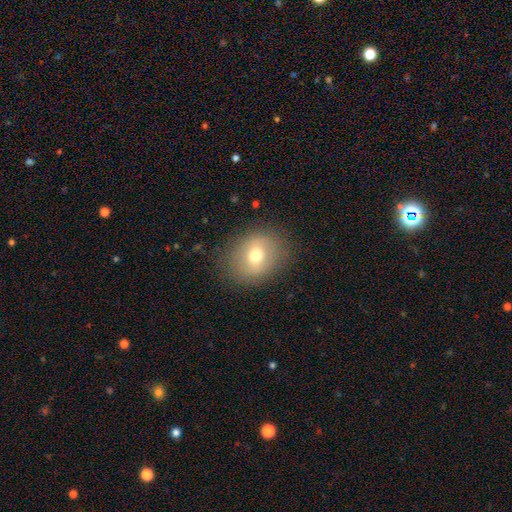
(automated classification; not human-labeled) Smooth or featured? Predicted: smooth (p=0.64). How rounded? Predicted: round (p=0.59). Merging? Predicted: none (p=0.83).